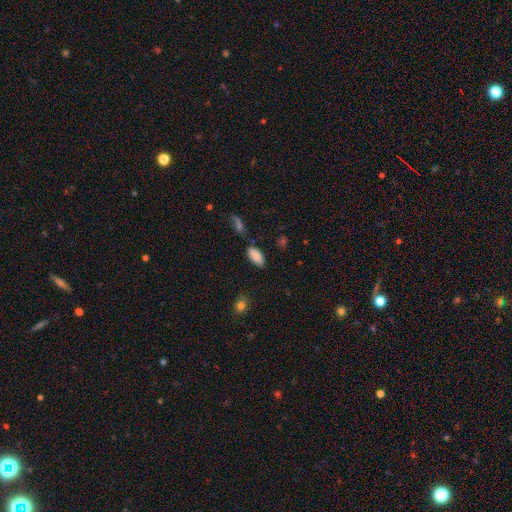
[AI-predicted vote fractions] The model was most divided on "merging": none: 76%, minor disturbance: 14%, merger: 6%, major disturbance: 4%. More confident: how rounded — in between (92%); smooth or featured — smooth (86%).